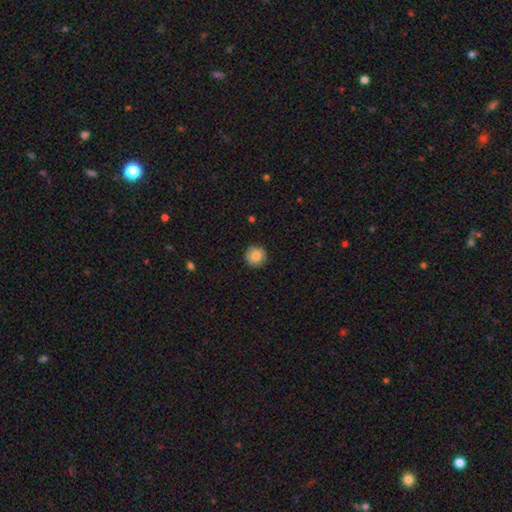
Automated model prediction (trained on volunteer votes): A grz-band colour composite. It shows a smooth galaxy with no disk features (85%) that is round (95%). Merging: none (90%).